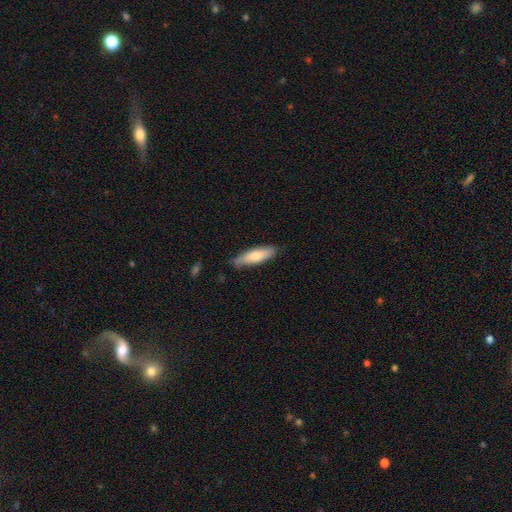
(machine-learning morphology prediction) Smooth or featured? Predicted: smooth (p=0.69). How rounded? Predicted: cigar-shaped (p=0.63). Merging? Predicted: none (p=0.78).